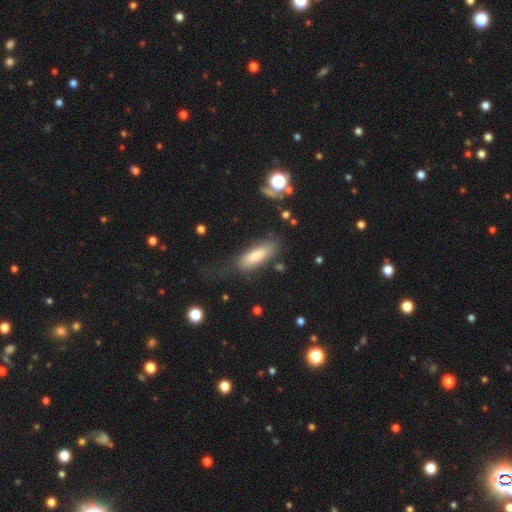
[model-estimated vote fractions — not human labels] Smooth or featured?
  - smooth: 78% *
  - featured or disk: 15%
  - star or artifact: 7%
How rounded?
  - in between: 64% *
  - cigar-shaped: 34%
  - round: 2%
Merging?
  - none: 67% *
  - minor disturbance: 19%
  - major disturbance: 11%
  - merger: 3%